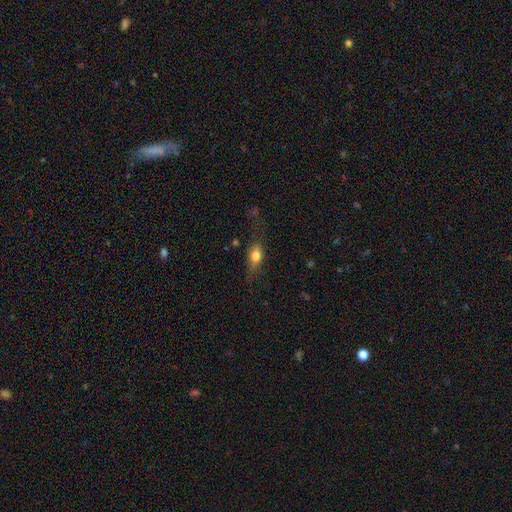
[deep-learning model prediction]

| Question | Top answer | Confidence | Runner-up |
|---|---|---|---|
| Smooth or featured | smooth | 74% | featured or disk (17%) |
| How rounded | in between | 74% | cigar-shaped (15%) |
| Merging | none | 63% | minor disturbance (23%) |